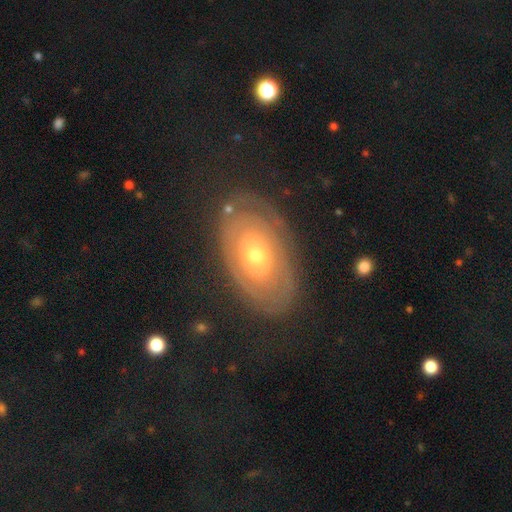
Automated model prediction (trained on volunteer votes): A featured or disk galaxy (64%) with no bar (88%), no spiral arms (53%) and a moderate central bulge (48%). Merging: none (77%).